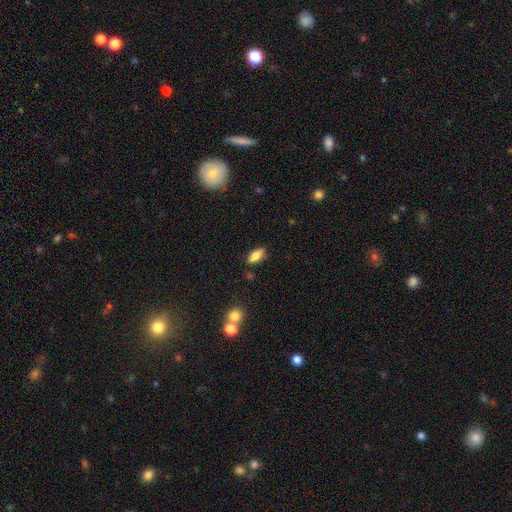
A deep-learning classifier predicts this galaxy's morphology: type=smooth (71%); roundness=in between (83%); merging=none (82%).